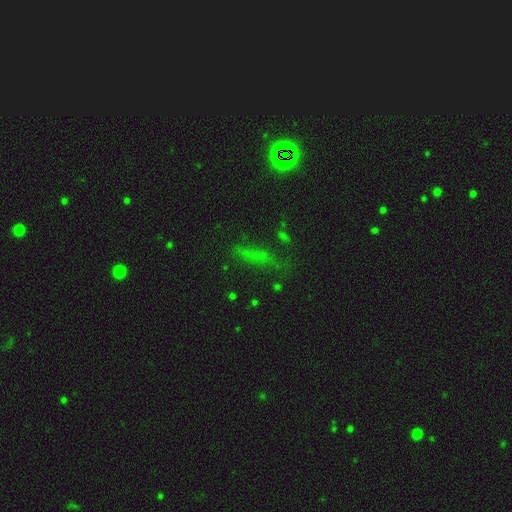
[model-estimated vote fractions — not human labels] Smooth or featured? smooth (42%)
Merging? none (65%)